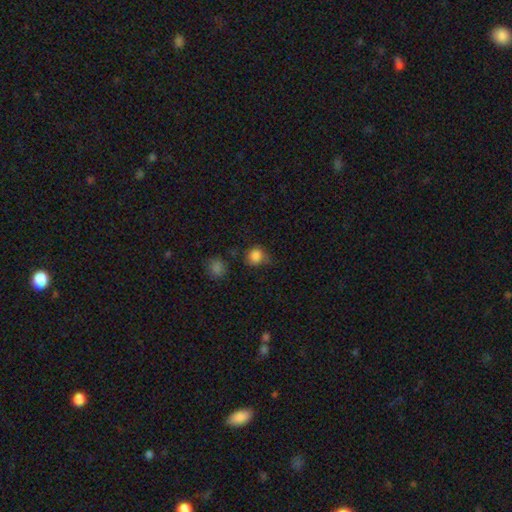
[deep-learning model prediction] This is clearly a smooth galaxy (83%). How rounded: clearly round (81%). Merging: possibly none (58%).